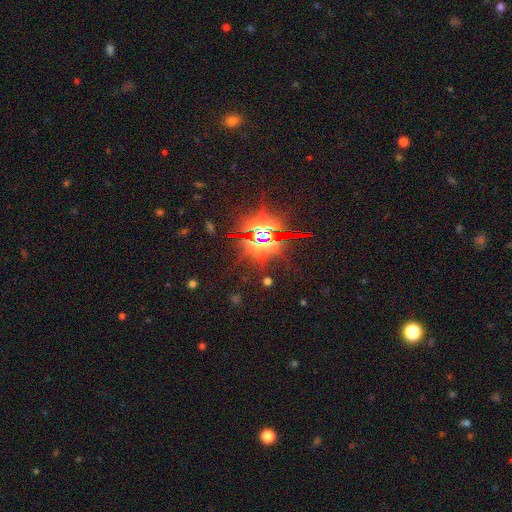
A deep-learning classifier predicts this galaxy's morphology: Overall: star or artifact (82%).